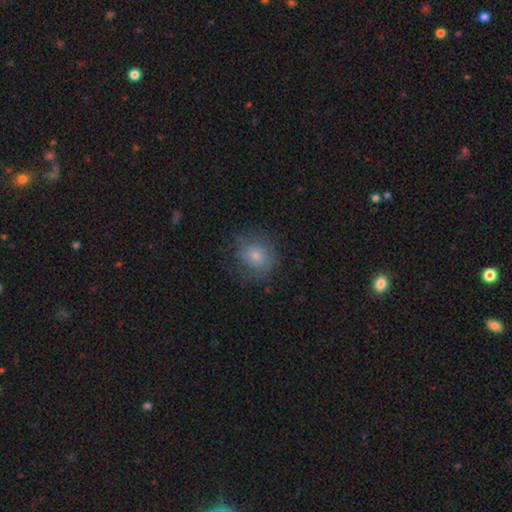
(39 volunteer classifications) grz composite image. It shows a smooth galaxy with no disk features (79%) that is round (81%). Merging: none (59%).